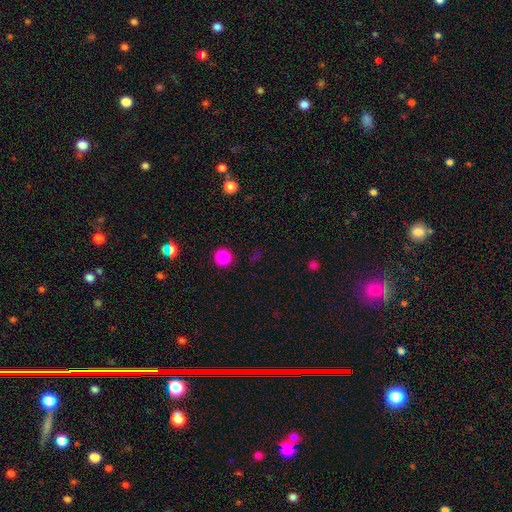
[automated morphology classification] Smooth or featured? smooth (69%)
How rounded? round (89%)
Merging? none (89%)